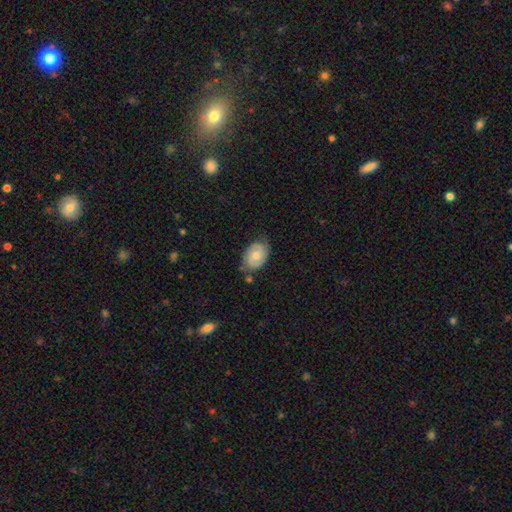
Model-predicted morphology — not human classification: A featured or disk galaxy (55%) with no bar (67%), spiral arms (87%) and a moderate central bulge (52%). Merging: none (66%).